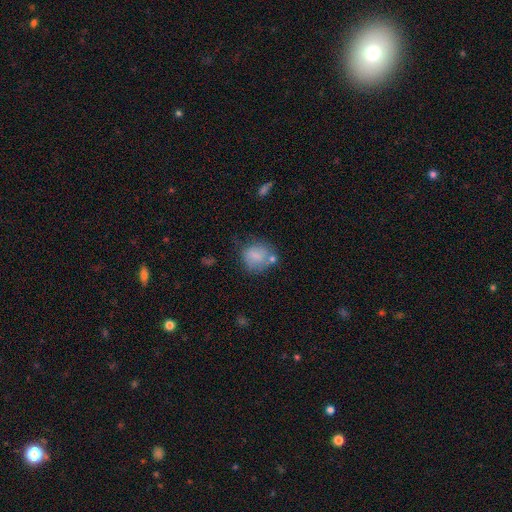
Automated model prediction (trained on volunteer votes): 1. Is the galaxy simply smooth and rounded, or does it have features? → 76% smooth, 15% featured or disk, 9% star or artifact.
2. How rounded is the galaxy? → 72% round, 27% in between, 1% cigar-shaped.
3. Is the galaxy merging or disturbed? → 54% none, 23% minor disturbance, 12% merger, 10% major disturbance.